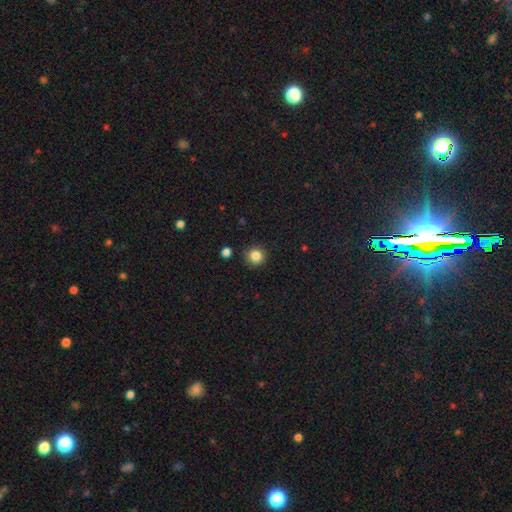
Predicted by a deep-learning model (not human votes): Morphology: type=smooth (84%); roundness=round (92%); merging=none (89%).